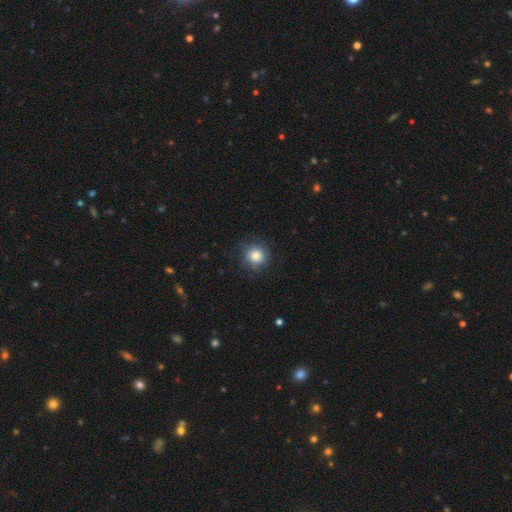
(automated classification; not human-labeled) smooth_or_featured: smooth (p=0.78) [alt: featured or disk p=0.12]
how_rounded: round (p=0.91) [alt: in between p=0.08]
merging: none (p=0.81) [alt: minor disturbance p=0.13]